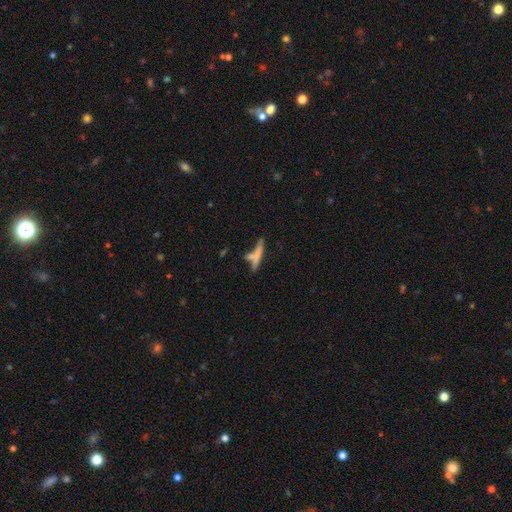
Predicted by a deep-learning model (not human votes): smooth-or-featured: smooth: 61% | featured or disk: 30% | star or artifact: 9%
  how-rounded: cigar-shaped: 89% | in between: 9% | round: 2%
  merging: none: 52% | merger: 28% | minor disturbance: 14% | major disturbance: 6%